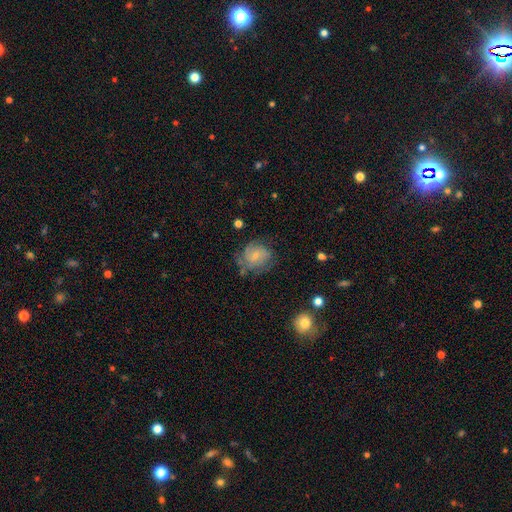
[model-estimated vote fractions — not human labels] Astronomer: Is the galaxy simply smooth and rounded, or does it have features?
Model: featured or disk — 48% (runner-up: smooth, 43%).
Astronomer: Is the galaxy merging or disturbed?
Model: none — 54%.